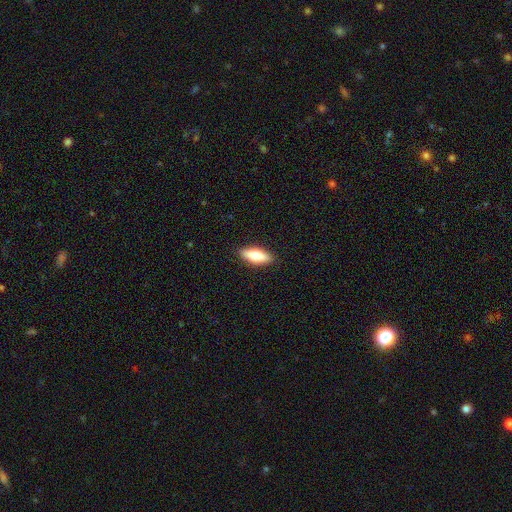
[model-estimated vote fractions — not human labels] A smooth galaxy with no disk features (75%) that is in between round and cigar-shaped (68%). Merging: none (89%).